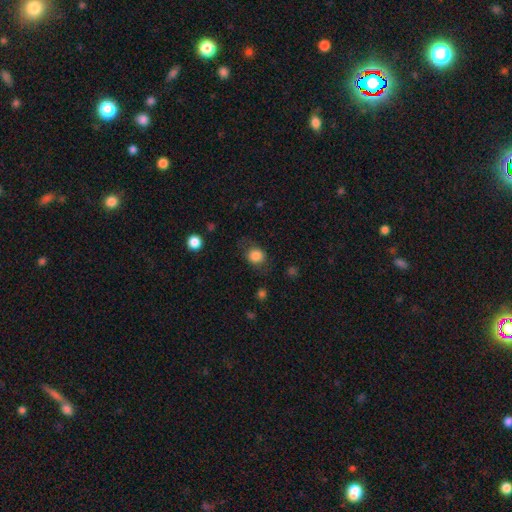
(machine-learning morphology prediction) This is clearly a smooth galaxy (83%). How rounded: likely round (75%). Merging: likely none (73%).